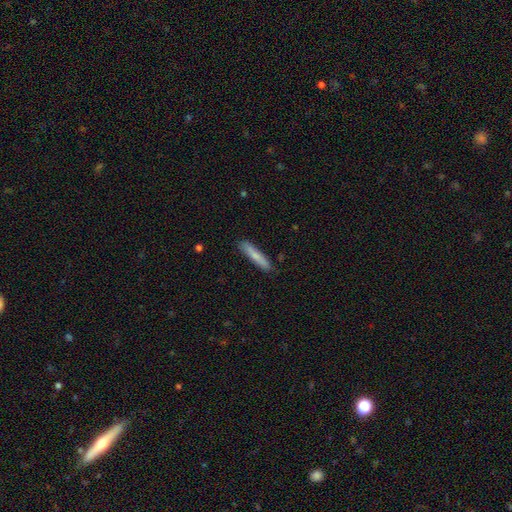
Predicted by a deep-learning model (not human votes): Overall: smooth (74%). How rounded: cigar-shaped (91%). Merging: none (86%).